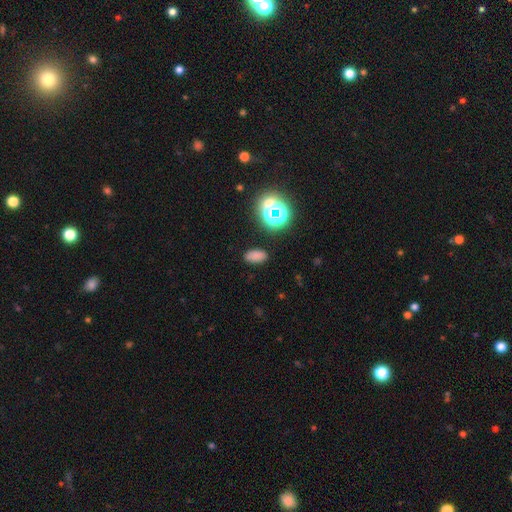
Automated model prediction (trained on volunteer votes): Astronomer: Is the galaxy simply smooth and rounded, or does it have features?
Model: smooth — 74%.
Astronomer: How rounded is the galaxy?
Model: in between — 88%.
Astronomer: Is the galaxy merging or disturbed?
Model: none — 86%.